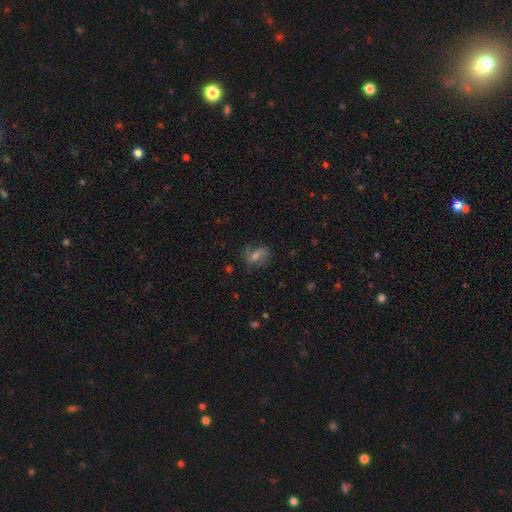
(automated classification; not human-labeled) Smooth or featured: featured or disk — 45% (smooth — 35%)
Merging: none — 67% (minor disturbance — 19%)